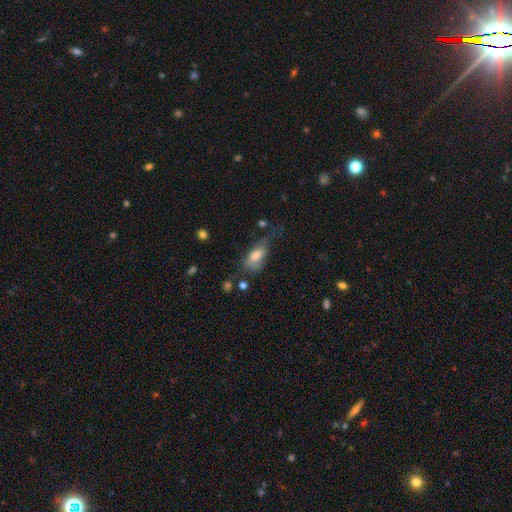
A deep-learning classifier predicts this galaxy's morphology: Smooth or featured?
  - smooth: 66% *
  - featured or disk: 24%
  - star or artifact: 10%
How rounded?
  - in between: 83% *
  - cigar-shaped: 11%
  - round: 6%
Merging?
  - major disturbance: 34% *
  - minor disturbance: 31%
  - none: 30%
  - merger: 5%